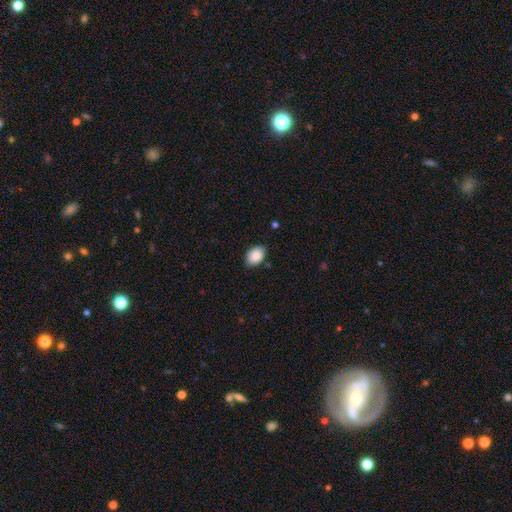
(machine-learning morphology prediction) Smooth or featured? smooth (87%)
How rounded? in between (87%)
Merging? none (85%)